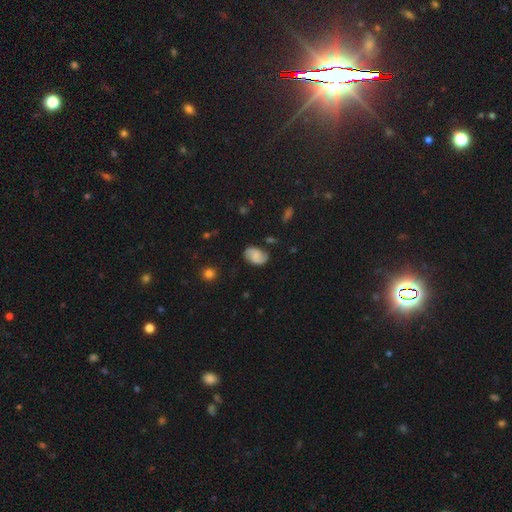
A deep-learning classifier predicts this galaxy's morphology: smooth-or-featured: featured or disk: 52% | smooth: 39% | star or artifact: 9%
  disk-edge-on: no: 97% | yes: 3%
    bar: no: 58% | weak: 34% | strong: 8%
    has-spiral-arms: yes: 92% | no: 8%
    bulge-size: none: 54% | small: 21% | moderate: 15% | large: 8% | dominant: 3%
  merging: none: 73% | minor disturbance: 19% | major disturbance: 6% | merger: 3%